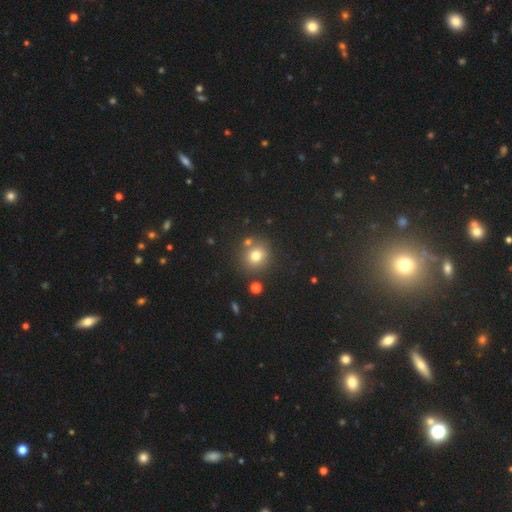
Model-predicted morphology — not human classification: Smooth or featured? smooth (75%)
How rounded? round (87%)
Merging? none (77%)